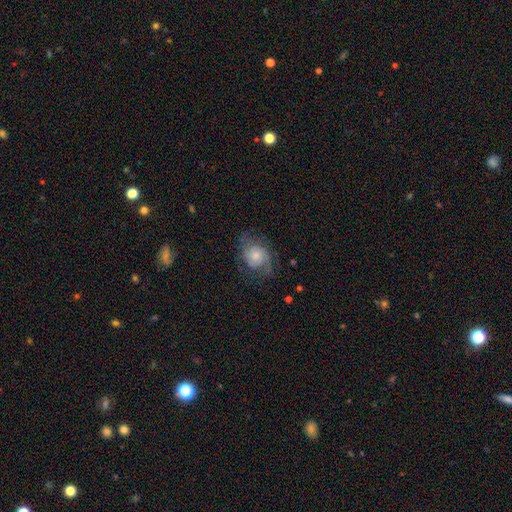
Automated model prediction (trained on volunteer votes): Smooth or featured? featured or disk (62%)
Edge-on disk? no (97%)
Bar? no (74%)
Spiral arms? yes (87%)
Spiral winding? medium (45%)
Spiral arm count? 2 (60%)
Bulge size? moderate (42%)
Merging? none (59%)